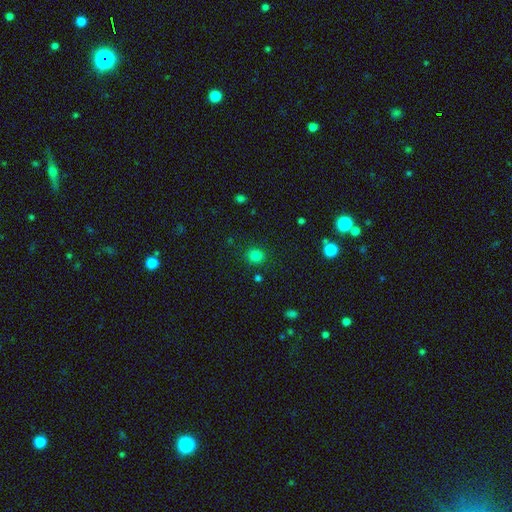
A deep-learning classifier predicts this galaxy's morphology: Smooth or featured: smooth — 82% (star or artifact — 14%)
How rounded: round — 82% (in between — 17%)
Merging: none — 88% (minor disturbance — 7%)